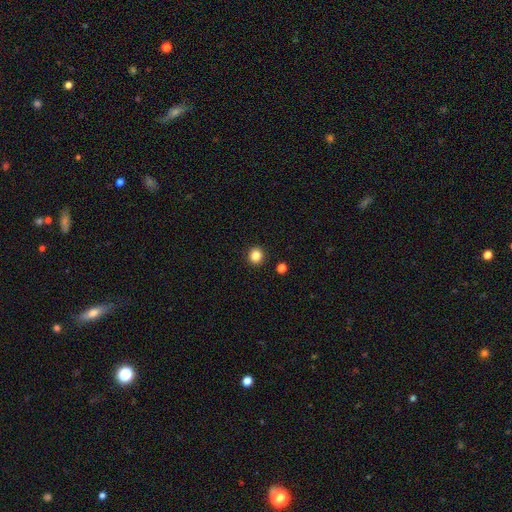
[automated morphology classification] This is clearly a smooth galaxy (84%). How rounded: clearly round (90%). Merging: clearly none (92%).